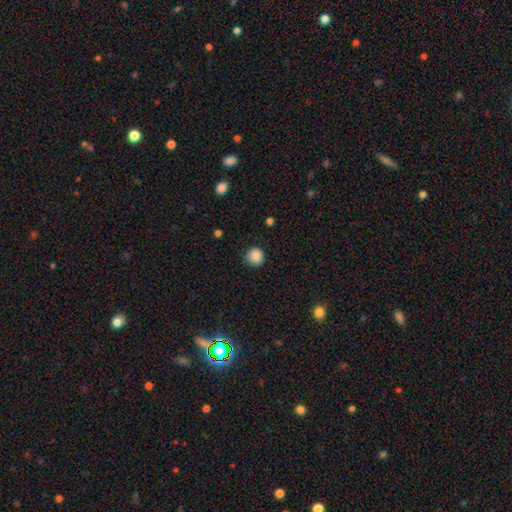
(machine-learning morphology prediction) This is clearly a smooth galaxy (87%). How rounded: clearly round (93%). Merging: clearly none (87%).